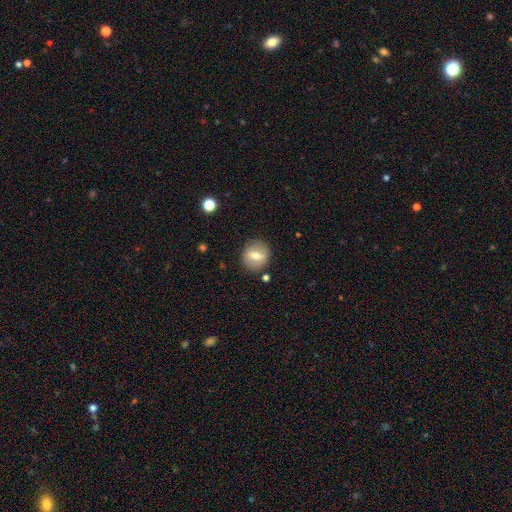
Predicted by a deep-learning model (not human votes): A smooth galaxy with no disk features (58%) that is round (83%).

Vote fractions:
- Smooth or featured? smooth: 58% / featured or disk: 33% / star or artifact: 9%
- How rounded? round: 83% / in between: 15% / cigar-shaped: 1%
- Merging? none: 85% / minor disturbance: 9% / major disturbance: 3% / merger: 2%